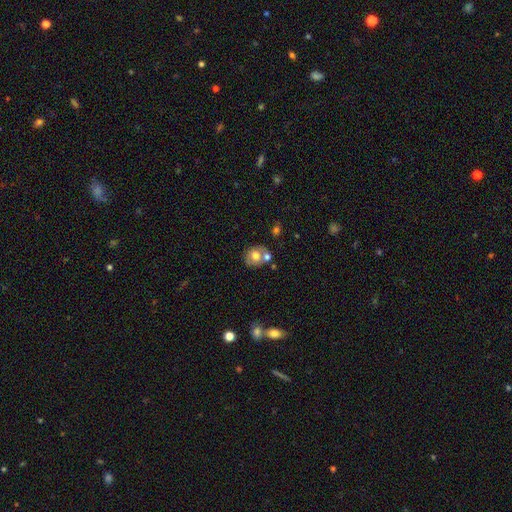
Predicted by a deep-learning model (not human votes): This appears to be a smooth galaxy with no disk features (63%) that is round (71%). Merging: none (53%).